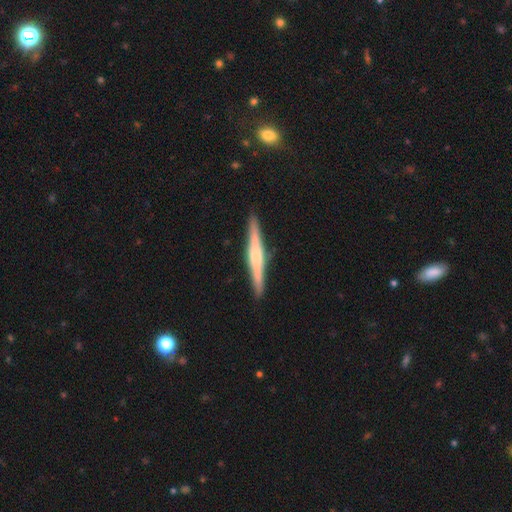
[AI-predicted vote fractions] Smooth or featured? featured or disk (66%)
Edge-on disk? yes (98%)
Edge-on bulge? rounded (60%)
Merging? none (91%)